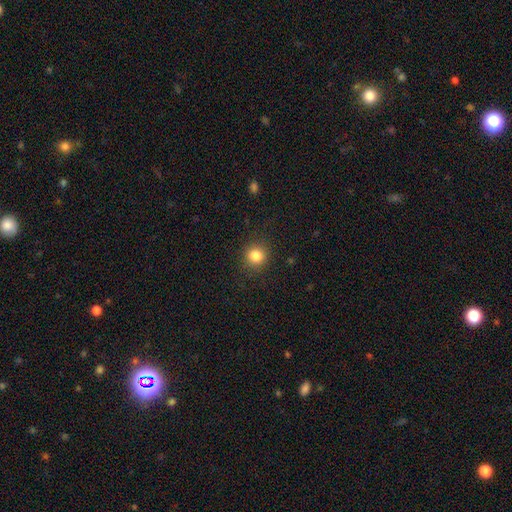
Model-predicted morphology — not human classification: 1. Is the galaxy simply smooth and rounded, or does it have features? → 84% smooth, 12% star or artifact, 5% featured or disk.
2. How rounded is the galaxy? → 88% round, 11% in between, 1% cigar-shaped.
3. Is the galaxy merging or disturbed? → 89% none, 7% minor disturbance, 3% major disturbance, 1% merger.